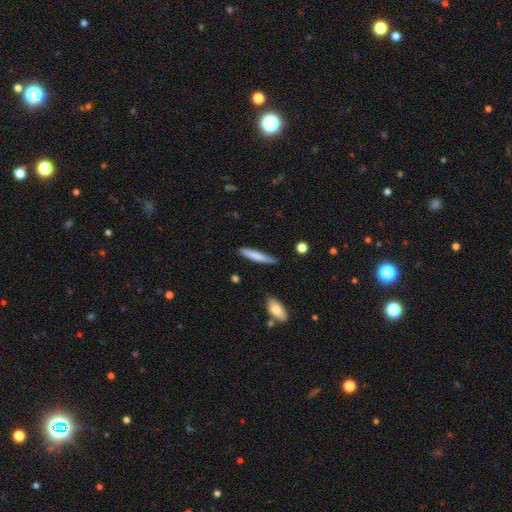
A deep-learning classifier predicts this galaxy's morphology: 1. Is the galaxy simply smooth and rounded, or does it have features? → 76% smooth, 19% featured or disk, 6% star or artifact.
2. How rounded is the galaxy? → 91% cigar-shaped, 7% in between, 1% round.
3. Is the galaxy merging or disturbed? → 79% none, 16% minor disturbance, 3% major disturbance, 2% merger.